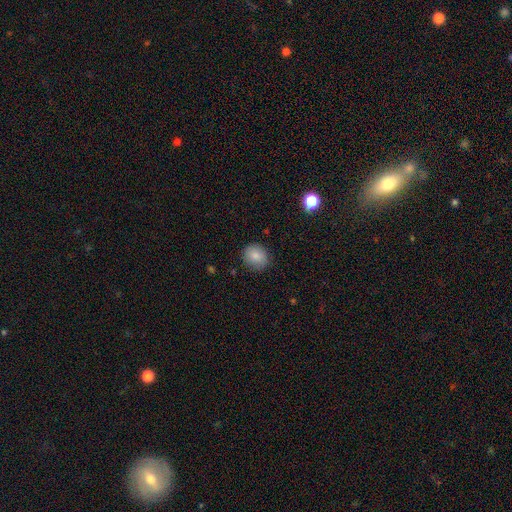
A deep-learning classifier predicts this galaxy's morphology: smooth_or_featured: smooth (p=0.84) [alt: star or artifact p=0.09]
how_rounded: round (p=0.71) [alt: in between p=0.28]
merging: none (p=0.83) [alt: minor disturbance p=0.13]